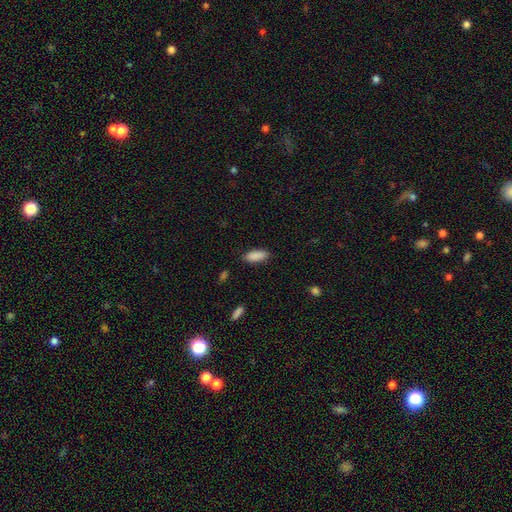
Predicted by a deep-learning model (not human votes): Morphology: type=smooth (89%); roundness=in between (76%); merging=none (86%).